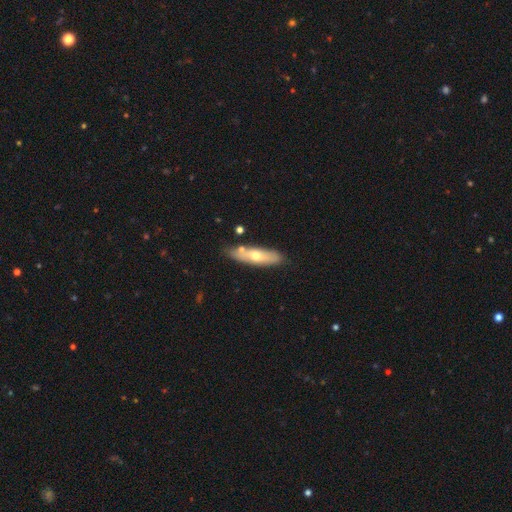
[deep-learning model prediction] Smooth or featured: smooth — 54% (featured or disk — 40%)
How rounded: cigar-shaped — 59% (in between — 39%)
Merging: none — 76% (minor disturbance — 14%)